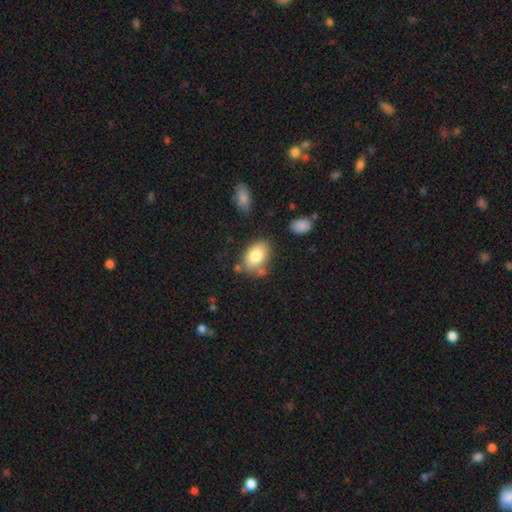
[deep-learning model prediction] Smooth or featured: smooth — 79% (featured or disk — 14%)
How rounded: in between — 83% (round — 16%)
Merging: none — 68% (minor disturbance — 18%)